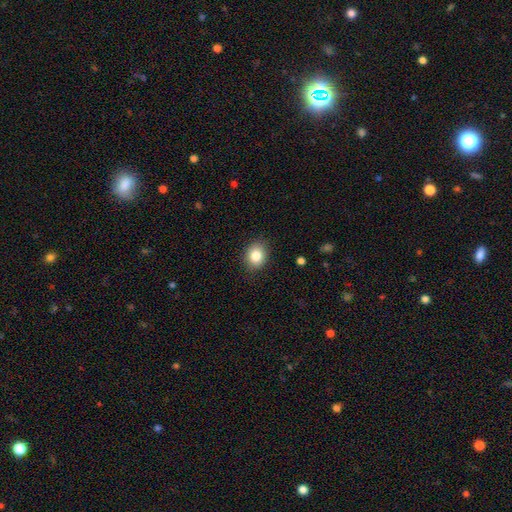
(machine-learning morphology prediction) smooth_or_featured: smooth (p=0.83) [alt: star or artifact p=0.10]
how_rounded: round (p=0.59) [alt: in between p=0.40]
merging: none (p=0.87) [alt: minor disturbance p=0.10]